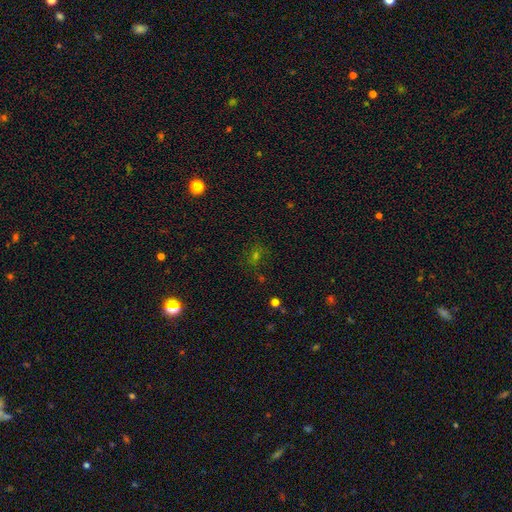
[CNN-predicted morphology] Smooth or featured?
  - star or artifact: 50% *
  - smooth: 36%
  - featured or disk: 15%